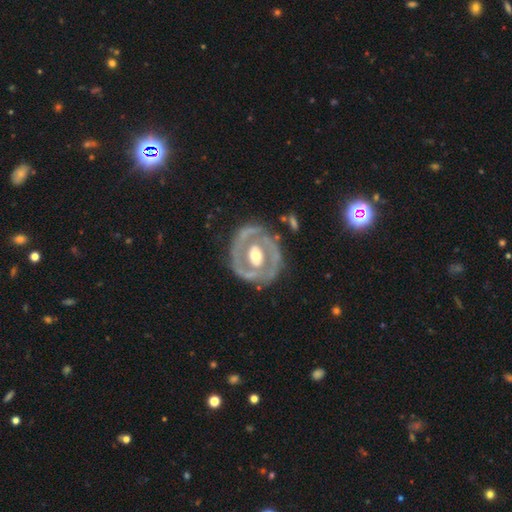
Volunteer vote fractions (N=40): featured or disk 70%, smooth 30%, star or artifact 0%. Down the decision tree: edge-on disk — no (96%); bar — no (85%); spiral arms — no (59%); bulge size — moderate (78%); merging — none (48%).